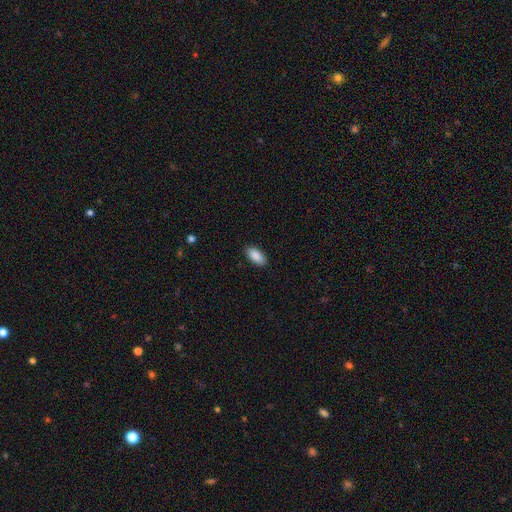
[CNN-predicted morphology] Smooth or featured? Predicted: smooth (p=0.90). How rounded? Predicted: in between (p=0.92). Merging? Predicted: none (p=0.89).